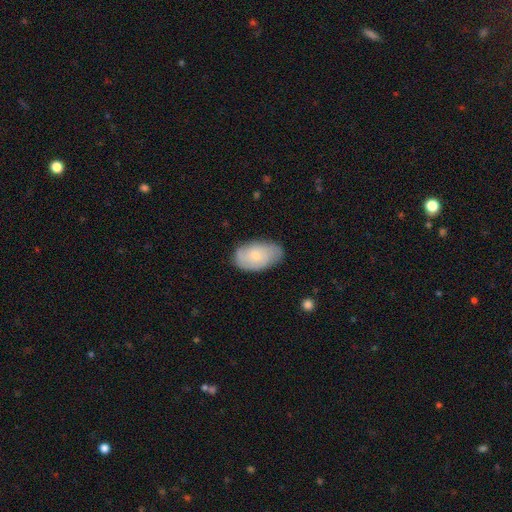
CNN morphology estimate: type=smooth (61%); roundness=in between (93%); merging=none (72%).